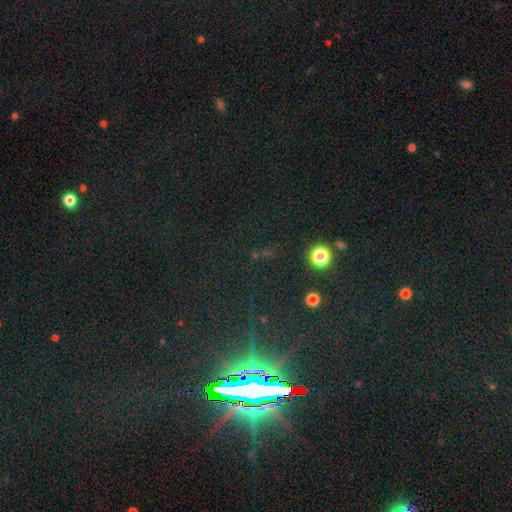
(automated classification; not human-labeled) star or artifact 79%, smooth 12%, featured or disk 9%.